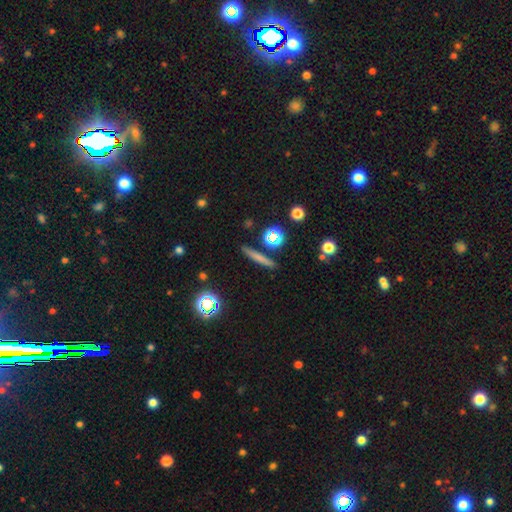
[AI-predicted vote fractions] This appears to be a smooth galaxy with no disk features (61%) that is cigar-shaped (87%). Merging: none (87%).